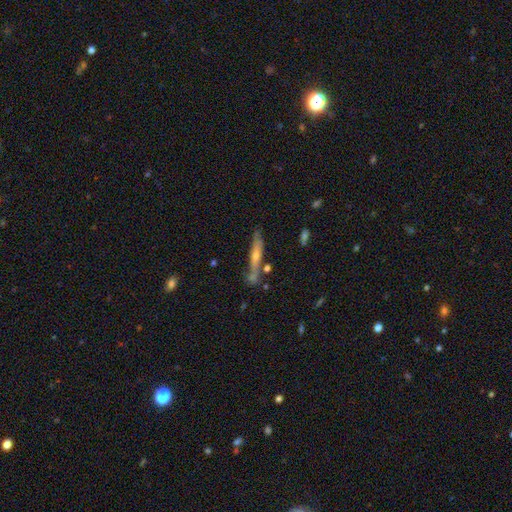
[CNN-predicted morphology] A featured or disk galaxy (57%) viewed edge-on (88%). Merging: none (72%).